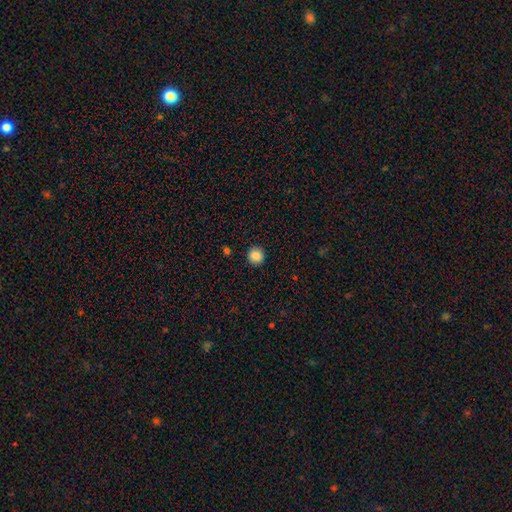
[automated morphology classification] smooth-or-featured: smooth: 87% | star or artifact: 9% | featured or disk: 3%
  how-rounded: round: 93% | in between: 6% | cigar-shaped: 1%
  merging: none: 92% | minor disturbance: 5% | major disturbance: 2% | merger: 1%